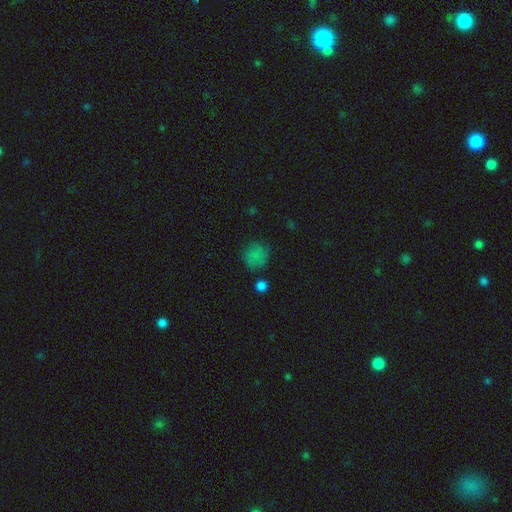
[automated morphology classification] Smooth or featured? smooth (78%)
How rounded? round (85%)
Merging? none (65%)